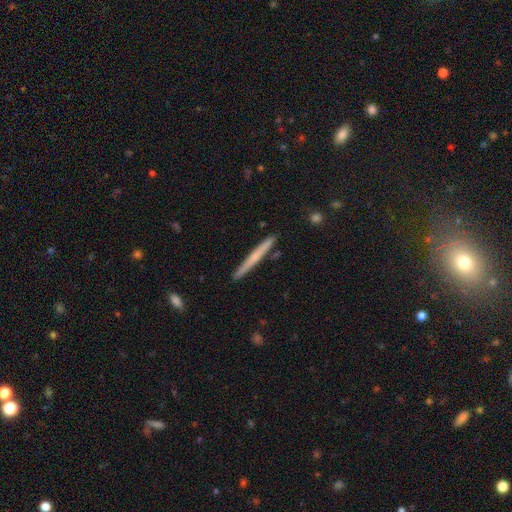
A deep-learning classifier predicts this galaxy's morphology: Smooth or featured? smooth (47%, tied with featured or disk)
Merging? none (91%)